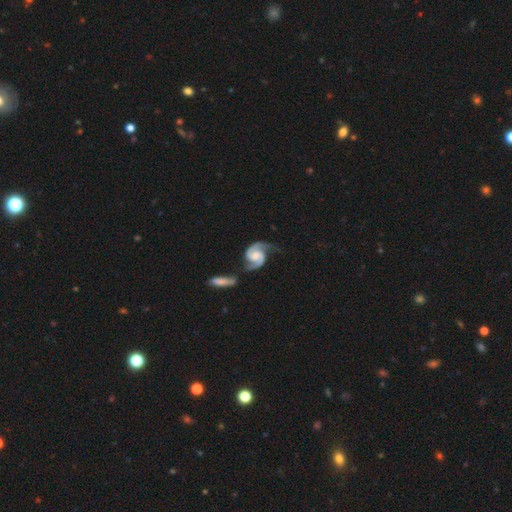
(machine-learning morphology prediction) Smooth or featured? Predicted: featured or disk (p=0.93). Edge-on disk? Predicted: no (p=0.98). Bar? Predicted: no (p=0.49). Spiral arms? Predicted: yes (p=0.98). Spiral winding? Predicted: medium (p=0.57). Spiral arm count? Predicted: 2 (p=0.94). Bulge size? Predicted: moderate (p=0.46). Merging? Predicted: none (p=0.55).